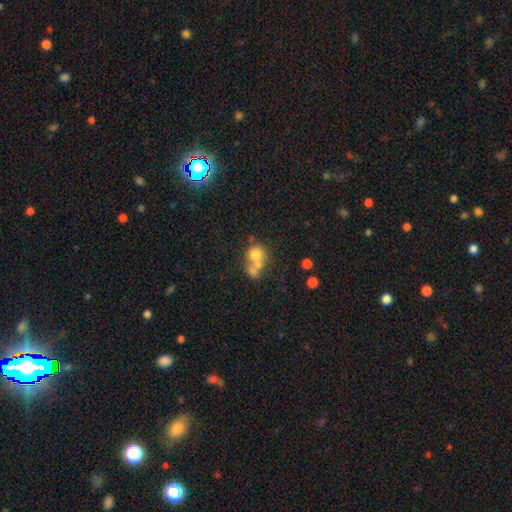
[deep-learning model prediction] smooth 64%, featured or disk 22%, star or artifact 14%. Down the decision tree: how rounded — round (75%); merging — merger (59%).